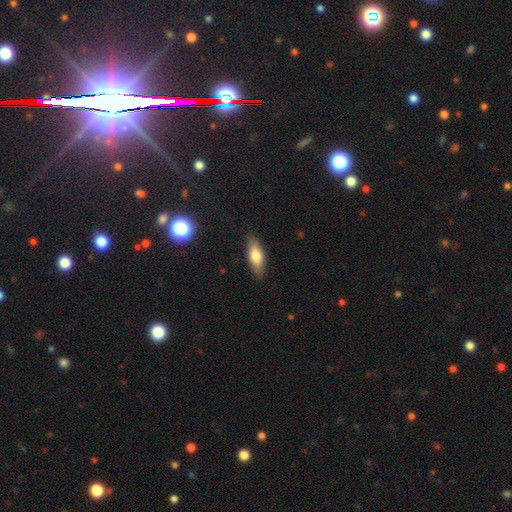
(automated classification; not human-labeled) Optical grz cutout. It shows a smooth galaxy with no disk features (75%) that is in between round and cigar-shaped (71%). Merging: none (86%).